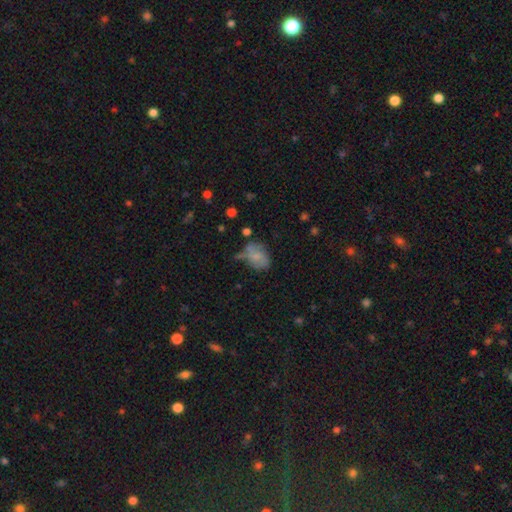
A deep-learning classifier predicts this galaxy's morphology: This is likely a smooth galaxy (62%). How rounded: likely in between (76%). Merging: marginally none (43%).